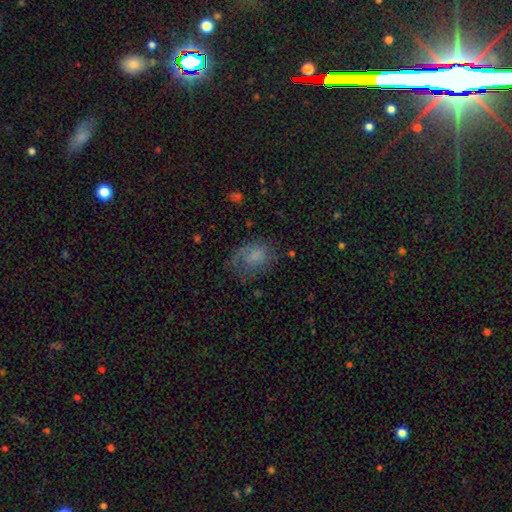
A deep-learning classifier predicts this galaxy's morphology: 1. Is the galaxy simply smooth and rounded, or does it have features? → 60% smooth, 29% featured or disk, 11% star or artifact.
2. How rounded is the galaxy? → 68% in between, 30% round, 1% cigar-shaped.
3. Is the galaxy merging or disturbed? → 45% none, 27% major disturbance, 26% minor disturbance, 2% merger.